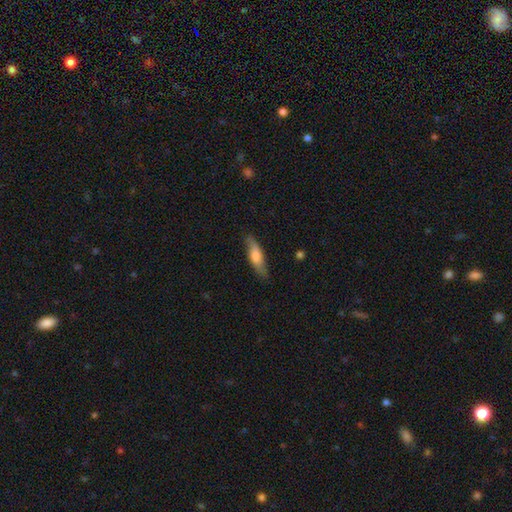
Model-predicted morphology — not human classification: Smooth or featured: smooth — 62% (featured or disk — 32%)
How rounded: cigar-shaped — 60% (in between — 38%)
Merging: none — 79% (minor disturbance — 16%)